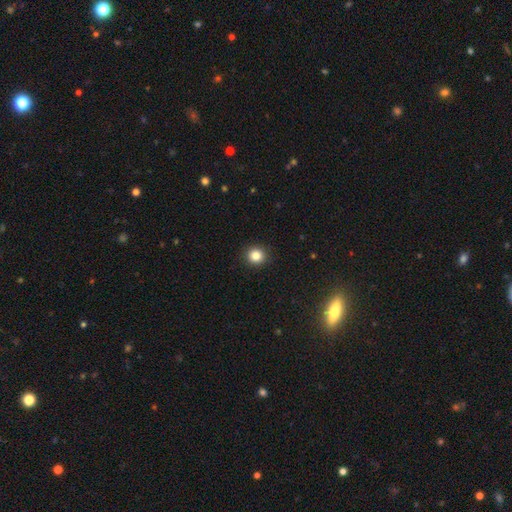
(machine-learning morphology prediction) This appears to be a smooth galaxy with no disk features (84%) that is round (91%). Merging: none (92%).